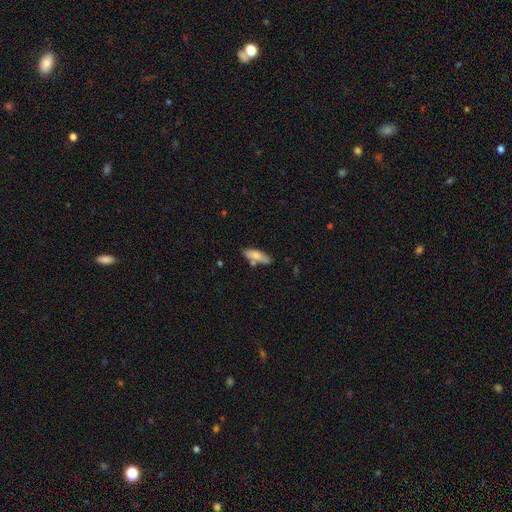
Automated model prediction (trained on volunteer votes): Morphology: type=smooth (75%); roundness=in between (56%); merging=none (65%).